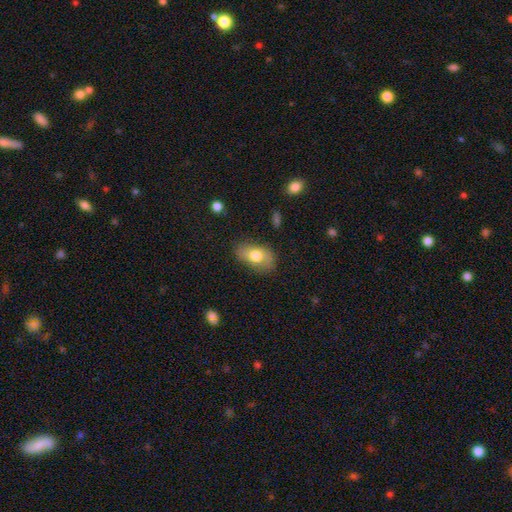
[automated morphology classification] Smooth or featured? Predicted: smooth (p=0.71). How rounded? Predicted: in between (p=0.89). Merging? Predicted: none (p=0.75).